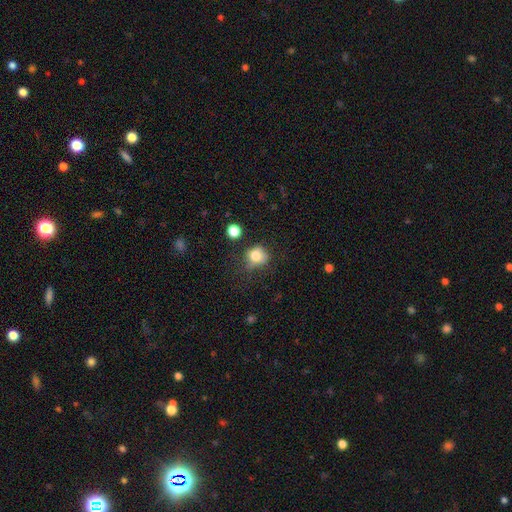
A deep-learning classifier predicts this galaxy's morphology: Smooth or featured: smooth — 78% (star or artifact — 12%)
How rounded: round — 75% (in between — 24%)
Merging: none — 57% (minor disturbance — 26%)